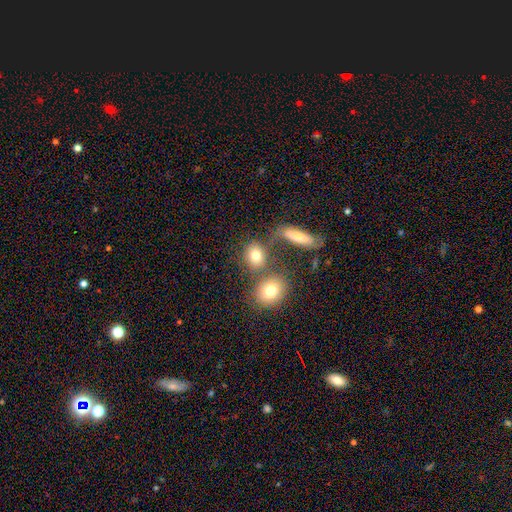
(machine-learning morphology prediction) Q: Smooth or featured?
A: smooth (76%); runner-up: star or artifact (12%)
Q: How rounded?
A: round (65%); runner-up: in between (32%)
Q: Merging?
A: none (59%); runner-up: merger (25%)